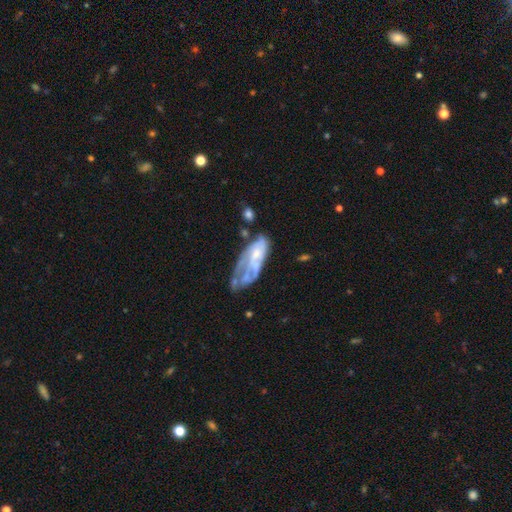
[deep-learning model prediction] featured or disk 63%, smooth 29%, star or artifact 8%. Down the decision tree: edge-on disk — no (91%); bar — no (75%); spiral arms — yes (53%); bulge size — small (46%); merging — major disturbance (35%).